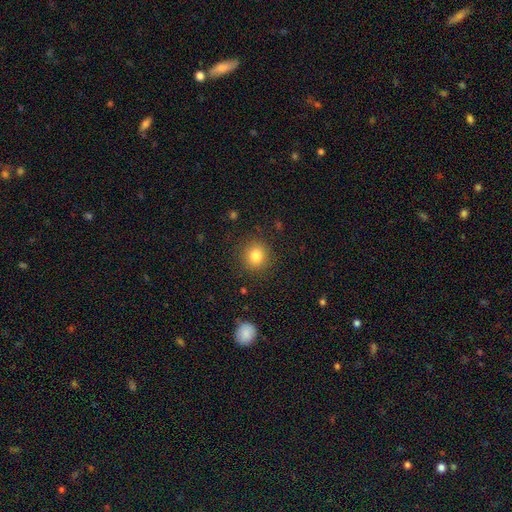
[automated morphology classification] Smooth or featured?
  - smooth: 82% *
  - star or artifact: 11%
  - featured or disk: 6%
How rounded?
  - round: 90% *
  - in between: 10%
  - cigar-shaped: 1%
Merging?
  - none: 89% *
  - minor disturbance: 7%
  - major disturbance: 3%
  - merger: 1%